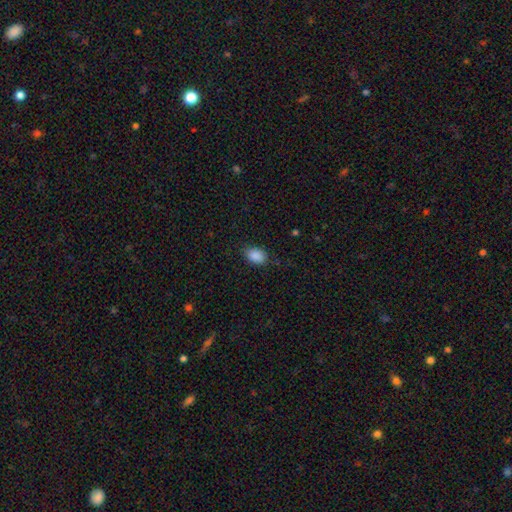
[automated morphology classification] Q: Smooth or featured?
A: smooth (89%); runner-up: star or artifact (8%)
Q: How rounded?
A: in between (81%); runner-up: round (18%)
Q: Merging?
A: none (81%); runner-up: minor disturbance (14%)